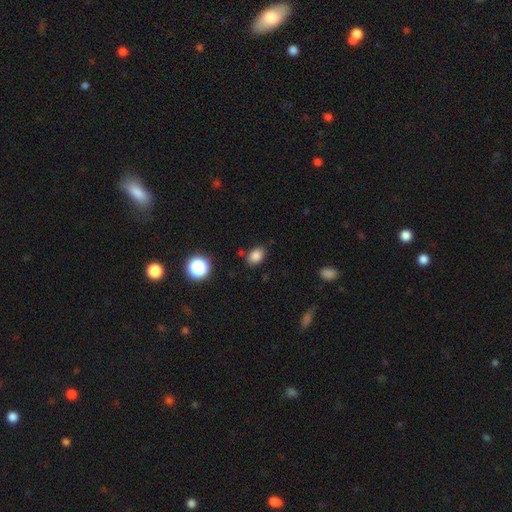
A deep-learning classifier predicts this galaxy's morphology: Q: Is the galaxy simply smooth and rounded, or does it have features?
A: smooth — 84%.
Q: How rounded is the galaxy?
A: in between — 76%.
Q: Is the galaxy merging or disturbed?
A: none — 80%.